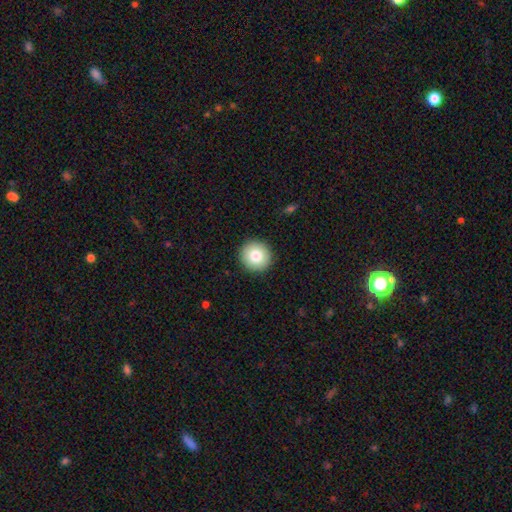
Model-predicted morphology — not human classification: Q: Smooth or featured?
A: smooth (81%); runner-up: featured or disk (10%)
Q: How rounded?
A: round (95%); runner-up: in between (4%)
Q: Merging?
A: none (92%); runner-up: minor disturbance (5%)